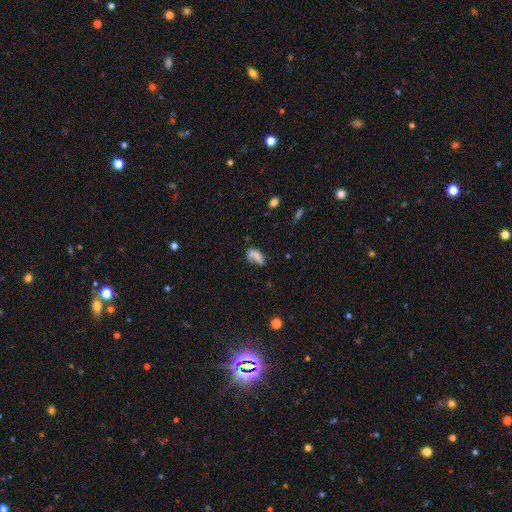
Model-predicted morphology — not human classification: Smooth or featured?
  - smooth: 63% *
  - featured or disk: 26%
  - star or artifact: 11%
How rounded?
  - in between: 87% *
  - round: 8%
  - cigar-shaped: 5%
Merging?
  - none: 42% *
  - minor disturbance: 25%
  - major disturbance: 22%
  - merger: 11%